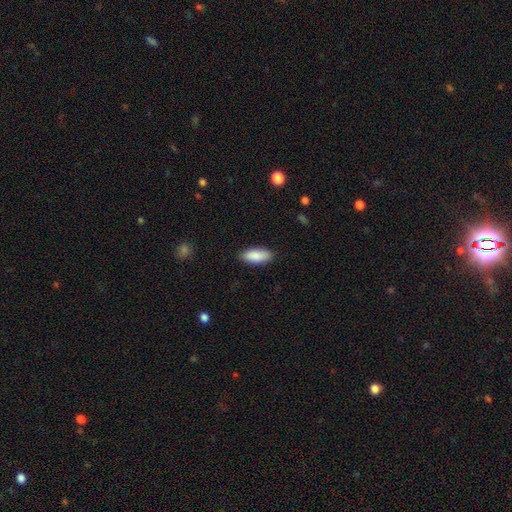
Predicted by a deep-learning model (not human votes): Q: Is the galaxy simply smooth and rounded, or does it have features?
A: smooth — 88%.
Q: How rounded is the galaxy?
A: in between — 84%.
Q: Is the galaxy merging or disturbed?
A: none — 85%.